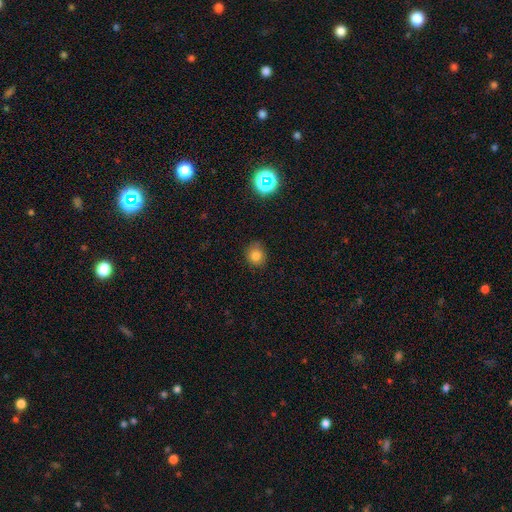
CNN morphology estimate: Q: Smooth or featured?
A: smooth (79%); runner-up: star or artifact (15%)
Q: How rounded?
A: round (82%); runner-up: in between (17%)
Q: Merging?
A: none (84%); runner-up: minor disturbance (12%)